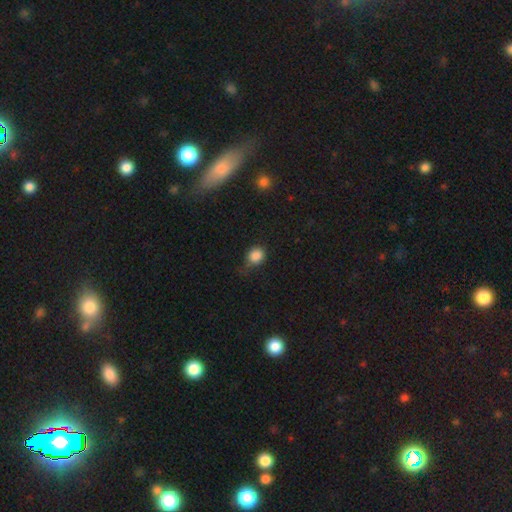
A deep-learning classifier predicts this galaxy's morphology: smooth_or_featured: smooth (p=0.85) [alt: star or artifact p=0.10]
how_rounded: round (p=0.69) [alt: in between p=0.29]
merging: none (p=0.56) [alt: minor disturbance p=0.32]